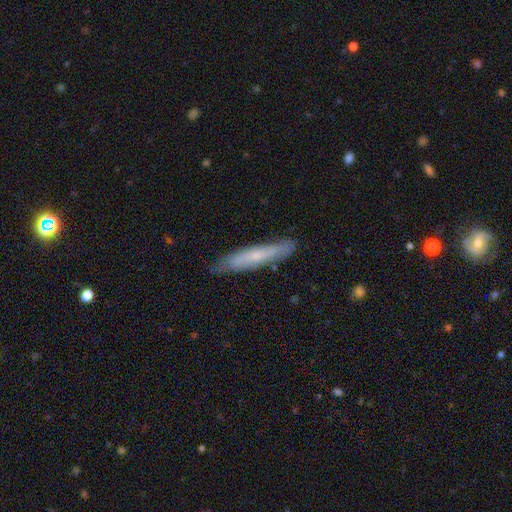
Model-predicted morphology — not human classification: Smooth or featured?
  - smooth: 51% *
  - featured or disk: 42%
  - star or artifact: 6%
How rounded?
  - cigar-shaped: 90% *
  - in between: 9%
  - round: 1%
Merging?
  - none: 81% *
  - minor disturbance: 15%
  - major disturbance: 3%
  - merger: 1%